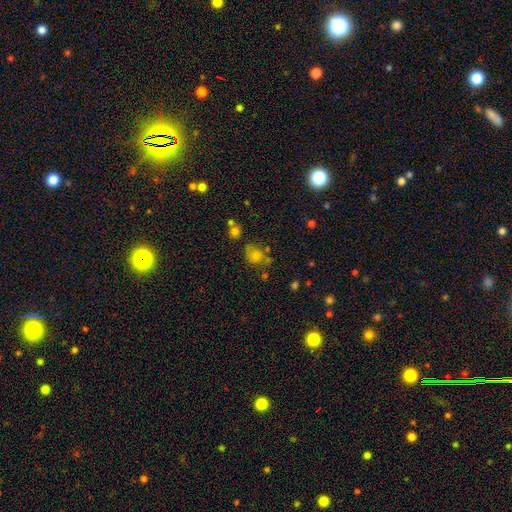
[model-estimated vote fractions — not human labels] smooth 70%, star or artifact 18%, featured or disk 12%. Down the decision tree: how rounded — round (62%); merging — none (50%).